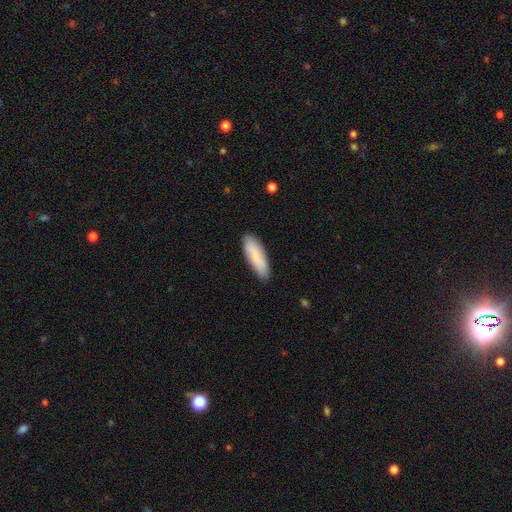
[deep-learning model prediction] A smooth galaxy with no disk features (85%) that is in between round and cigar-shaped (51%).

Vote fractions:
- Smooth or featured? smooth: 85% / featured or disk: 9% / star or artifact: 6%
- How rounded? in between: 51% / cigar-shaped: 48% / round: 1%
- Merging? none: 85% / minor disturbance: 12% / major disturbance: 2% / merger: 1%